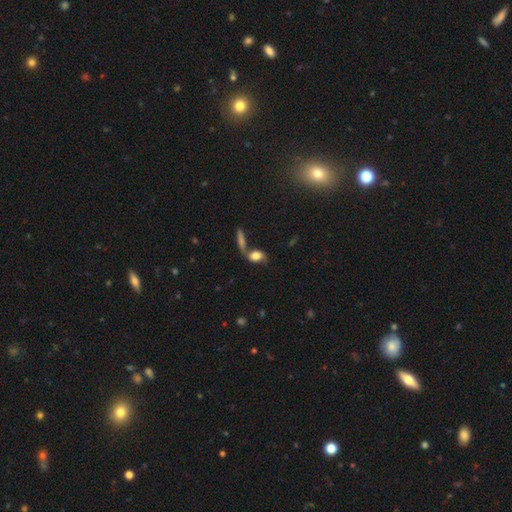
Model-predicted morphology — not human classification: Smooth or featured: smooth — 66% (featured or disk — 23%)
How rounded: in between — 77% (round — 15%)
Merging: none — 44% (merger — 34%)